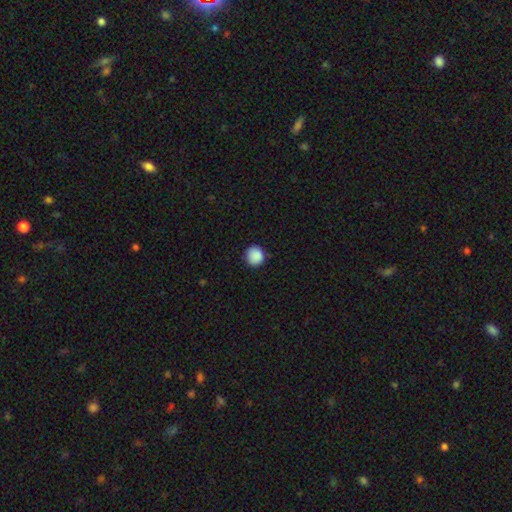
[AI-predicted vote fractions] This is clearly a smooth galaxy (89%). How rounded: clearly round (90%). Merging: clearly none (87%).